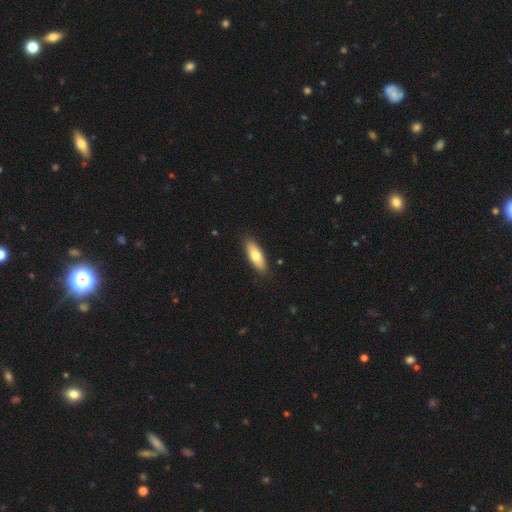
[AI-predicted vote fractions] Smooth or featured: smooth — 73% (featured or disk — 21%)
How rounded: in between — 68% (cigar-shaped — 30%)
Merging: none — 88% (minor disturbance — 10%)